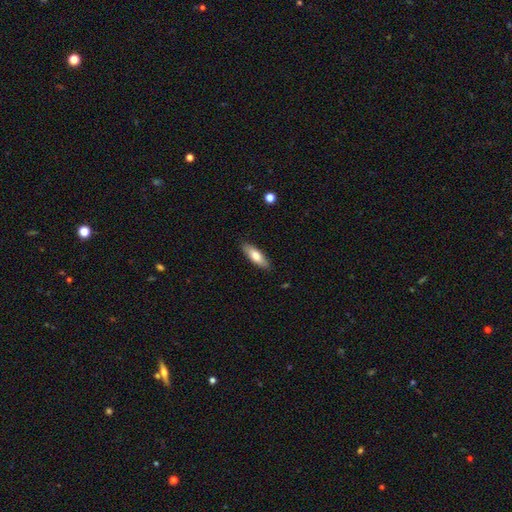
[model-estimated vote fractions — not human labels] smooth 74%, featured or disk 20%, star or artifact 6%. Down the decision tree: how rounded — in between (61%); merging — none (88%).